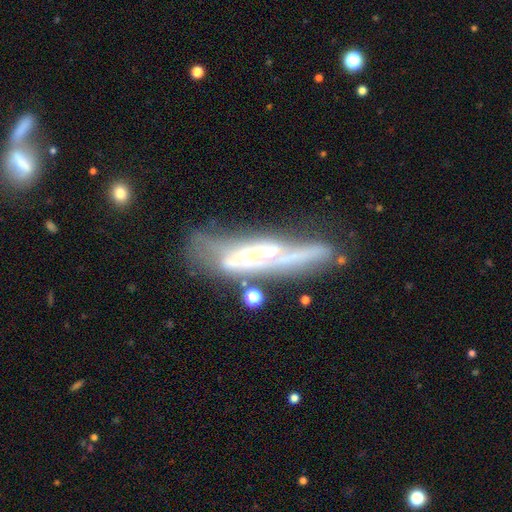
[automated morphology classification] featured or disk 72%, smooth 19%, star or artifact 9%. Down the decision tree: edge-on disk — yes (53%); merging — none (43%).